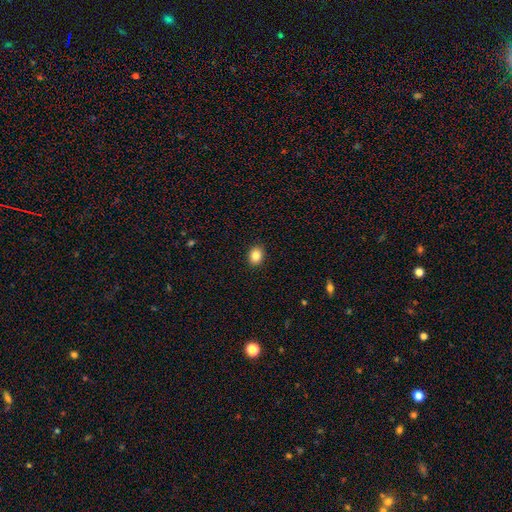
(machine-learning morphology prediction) This is clearly a smooth galaxy (85%). How rounded: possibly round (52%). Merging: clearly none (91%).